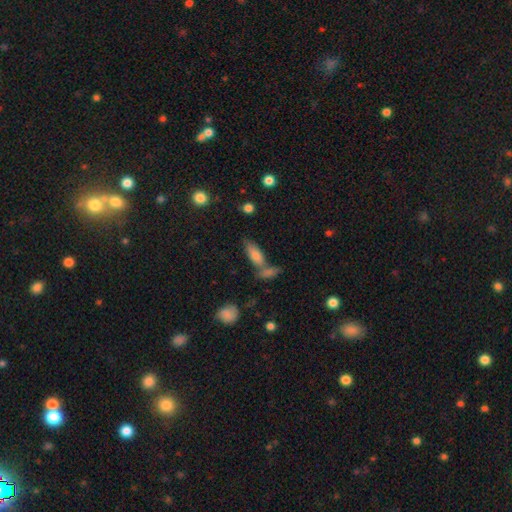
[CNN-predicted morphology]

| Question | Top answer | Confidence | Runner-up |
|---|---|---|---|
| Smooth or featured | smooth | 75% | featured or disk (16%) |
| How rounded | in between | 70% | cigar-shaped (26%) |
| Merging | none | 47% | merger (36%) |